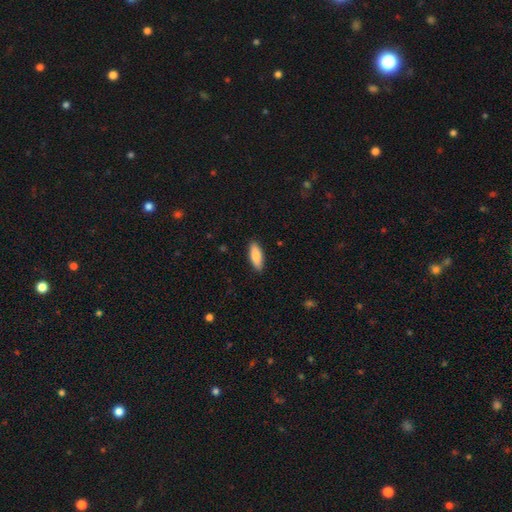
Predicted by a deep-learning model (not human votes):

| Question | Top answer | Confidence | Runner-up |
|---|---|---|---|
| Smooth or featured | smooth | 84% | featured or disk (11%) |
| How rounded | in between | 64% | cigar-shaped (34%) |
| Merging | none | 89% | minor disturbance (9%) |